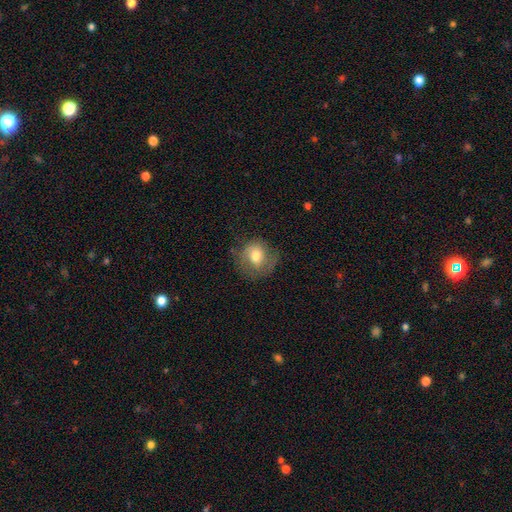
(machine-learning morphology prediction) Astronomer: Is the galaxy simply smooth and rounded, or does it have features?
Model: smooth — 62%.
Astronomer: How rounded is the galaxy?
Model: round — 73%.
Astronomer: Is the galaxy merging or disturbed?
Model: none — 63%.